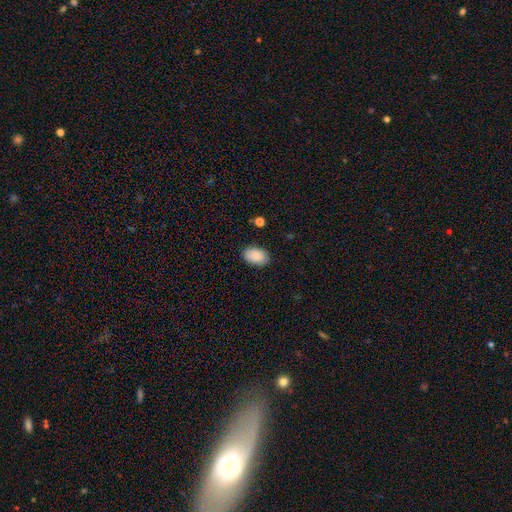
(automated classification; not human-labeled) smooth-or-featured: smooth: 85% | featured or disk: 9% | star or artifact: 7%
  how-rounded: in between: 90% | round: 9% | cigar-shaped: 1%
  merging: none: 86% | minor disturbance: 10% | major disturbance: 2% | merger: 1%